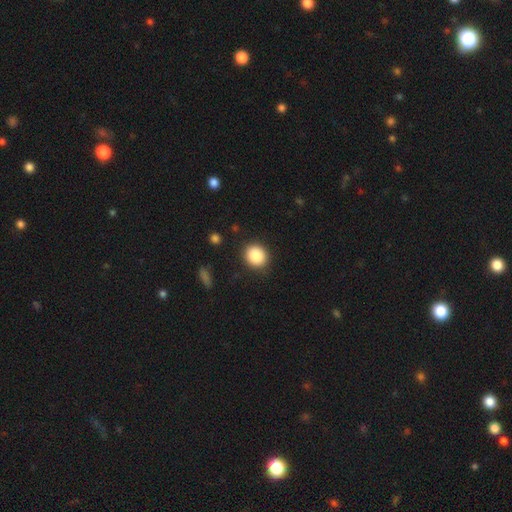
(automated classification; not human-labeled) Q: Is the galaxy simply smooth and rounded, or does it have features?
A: smooth — 87%.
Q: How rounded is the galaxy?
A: round — 76%.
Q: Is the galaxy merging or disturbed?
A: none — 89%.